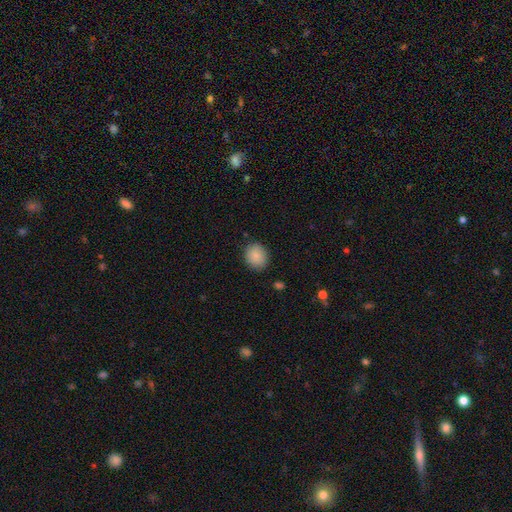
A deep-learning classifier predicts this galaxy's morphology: A smooth galaxy with no disk features (88%) that is round (66%).

Vote fractions:
- Smooth or featured? smooth: 88% / star or artifact: 8% / featured or disk: 4%
- How rounded? round: 66% / in between: 33% / cigar-shaped: 1%
- Merging? none: 86% / minor disturbance: 10% / major disturbance: 3% / merger: 1%